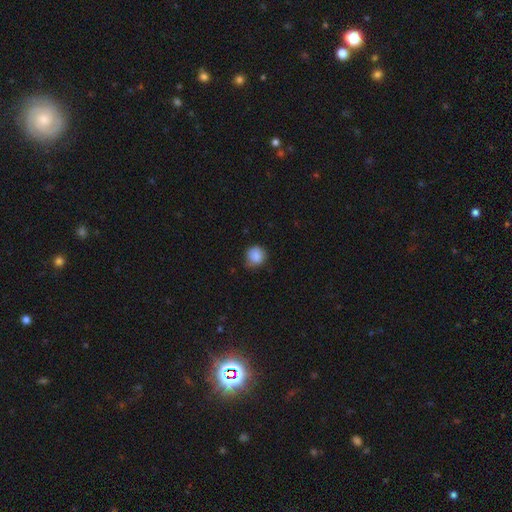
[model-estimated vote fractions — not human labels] This is clearly a smooth galaxy (86%). How rounded: clearly round (88%). Merging: likely none (69%).